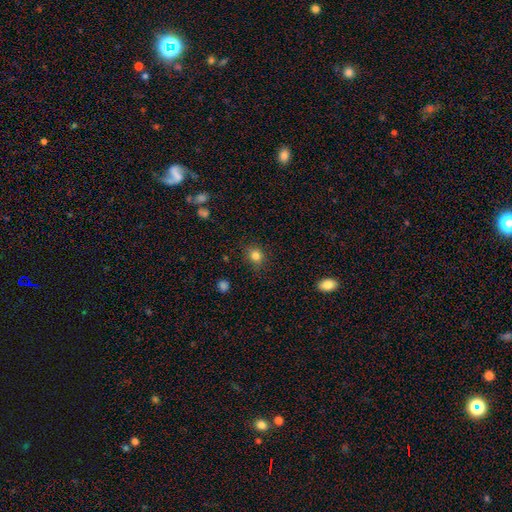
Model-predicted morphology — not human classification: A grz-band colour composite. It shows a smooth galaxy with no disk features (82%) that is round (77%). Merging: none (83%).